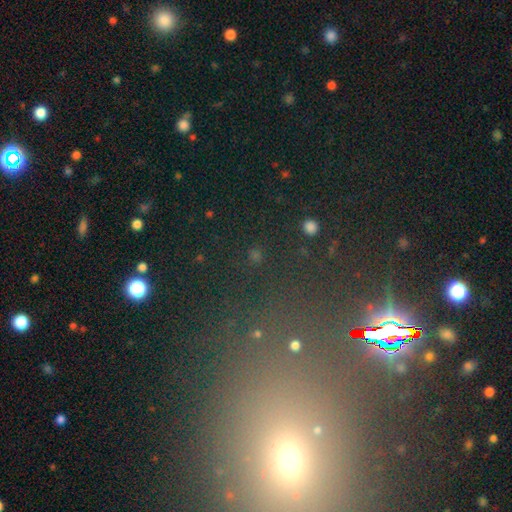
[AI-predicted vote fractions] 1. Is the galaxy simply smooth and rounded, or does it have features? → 45% star or artifact (tied), 45% smooth (tied), 9% featured or disk.